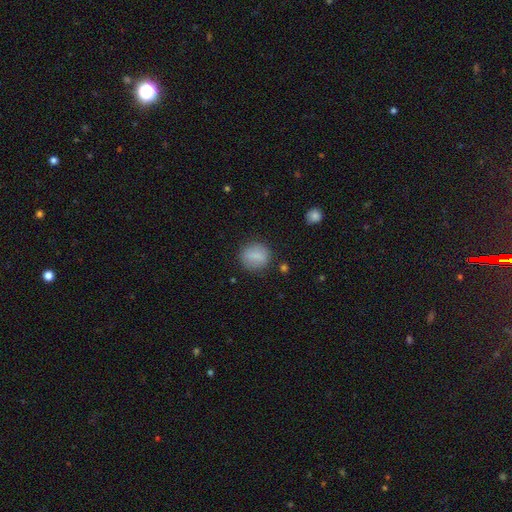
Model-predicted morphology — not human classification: This is clearly a smooth galaxy (80%). How rounded: likely round (76%). Merging: clearly none (82%).